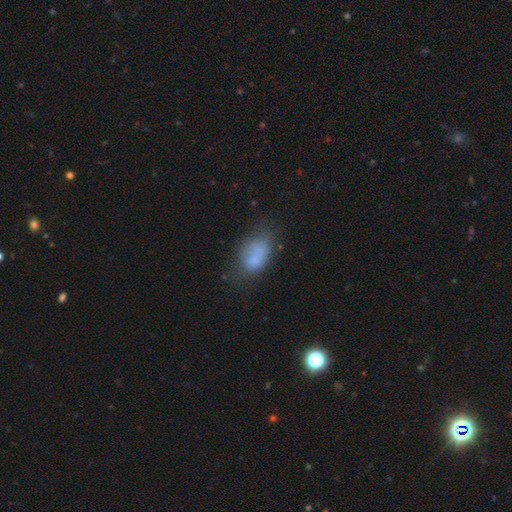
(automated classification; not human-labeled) smooth 72%, featured or disk 16%, star or artifact 12%. Down the decision tree: how rounded — in between (88%); merging — none (46%).